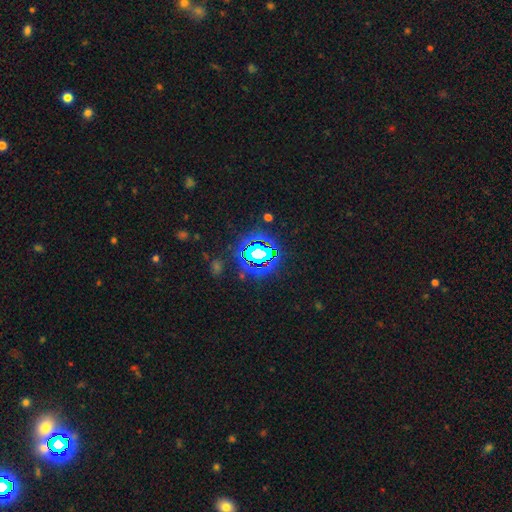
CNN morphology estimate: A star or artifact, not a galaxy (72%).